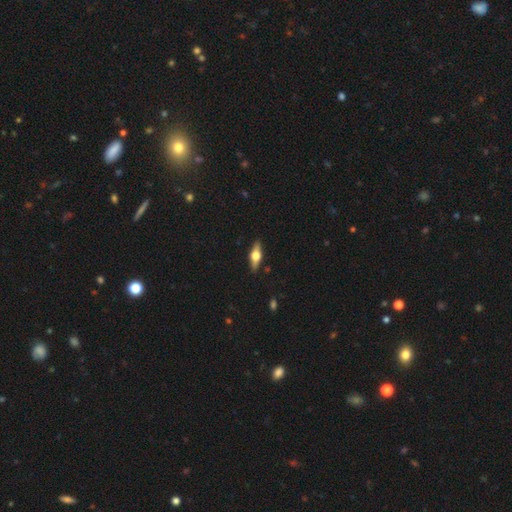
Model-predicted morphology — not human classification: Smooth or featured: featured or disk — 63% (smooth — 31%)
Edge-on disk: yes — 95% (no — 5%)
Edge-on bulge: rounded — 95% (boxy — 4%)
Merging: none — 88% (minor disturbance — 9%)